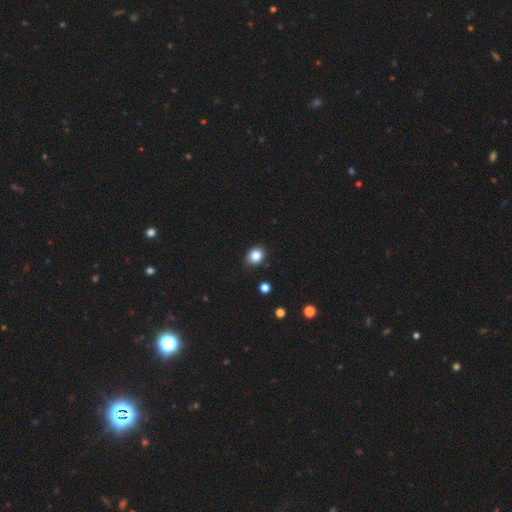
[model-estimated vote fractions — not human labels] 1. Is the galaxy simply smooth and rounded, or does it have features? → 86% smooth, 10% star or artifact, 4% featured or disk.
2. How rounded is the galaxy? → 56% round, 43% in between, 1% cigar-shaped.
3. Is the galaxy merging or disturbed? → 87% none, 9% minor disturbance, 2% major disturbance, 2% merger.